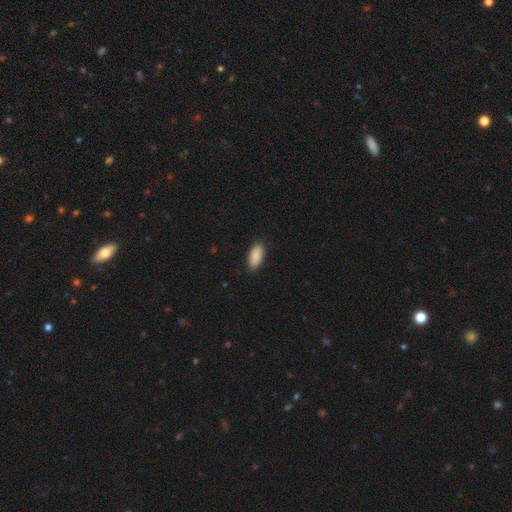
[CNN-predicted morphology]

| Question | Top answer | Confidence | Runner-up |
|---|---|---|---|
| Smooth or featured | smooth | 90% | star or artifact (6%) |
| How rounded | in between | 89% | cigar-shaped (9%) |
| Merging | none | 88% | minor disturbance (9%) |